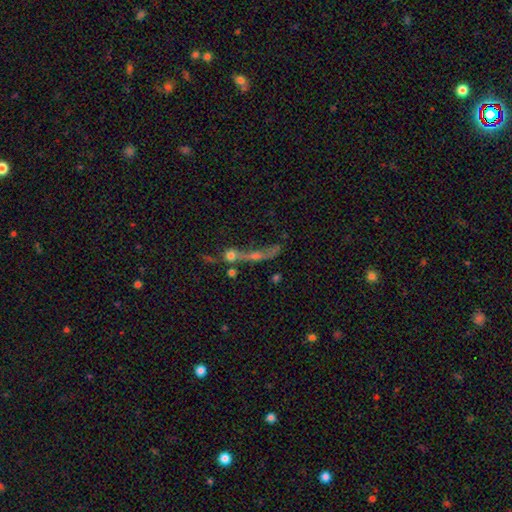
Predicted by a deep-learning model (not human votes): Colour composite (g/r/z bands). It shows a featured or disk galaxy (41%). Merging: merger (48%).